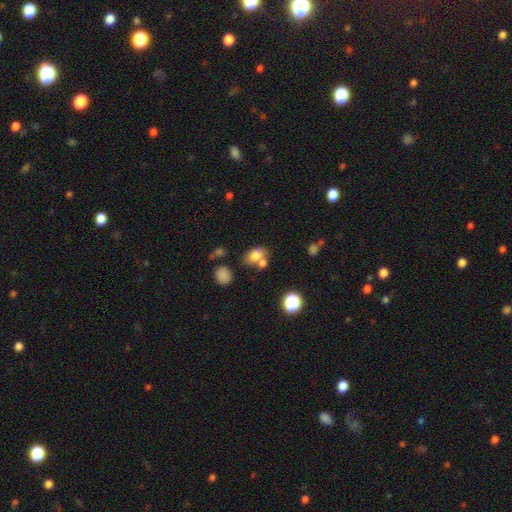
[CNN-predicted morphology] smooth 75%, star or artifact 14%, featured or disk 11%. Down the decision tree: how rounded — in between (76%); merging — none (52%).